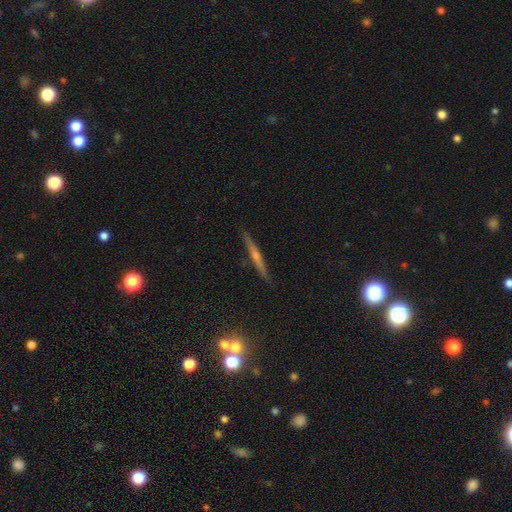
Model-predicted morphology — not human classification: Smooth or featured? featured or disk (67%)
Edge-on disk? yes (95%)
Edge-on bulge? rounded (75%)
Merging? none (87%)